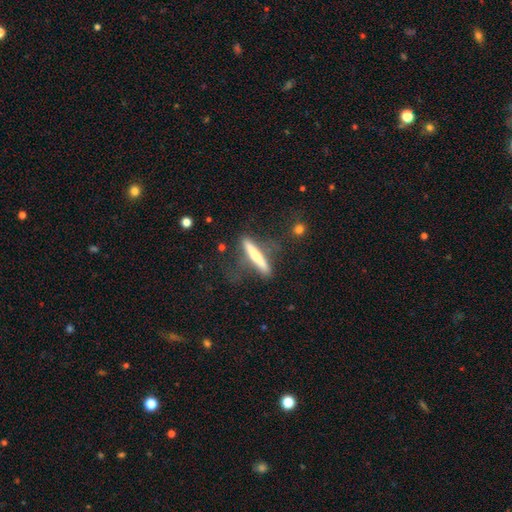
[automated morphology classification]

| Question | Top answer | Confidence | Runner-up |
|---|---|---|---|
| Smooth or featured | featured or disk | 47% | tied: smooth (47%) |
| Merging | none | 69% | minor disturbance (18%) |